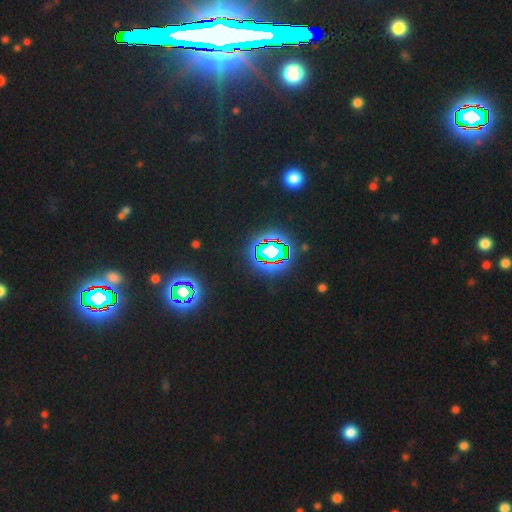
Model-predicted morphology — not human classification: smooth-or-featured: star or artifact: 80% | smooth: 11% | featured or disk: 9%